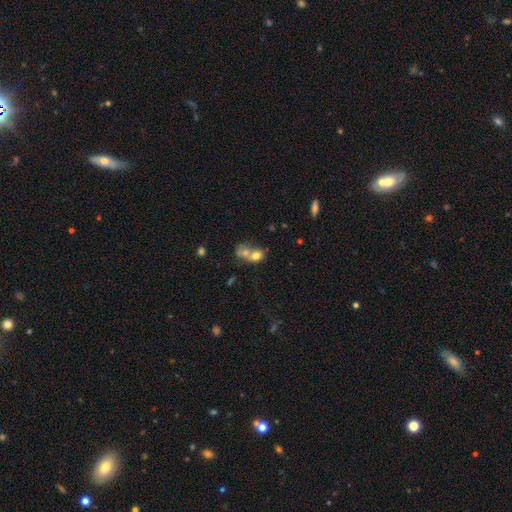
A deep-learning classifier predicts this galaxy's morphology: Smooth or featured?
  - smooth: 69% *
  - featured or disk: 20%
  - star or artifact: 11%
How rounded?
  - round: 55% *
  - in between: 44%
  - cigar-shaped: 1%
Merging?
  - merger: 72% *
  - none: 17%
  - minor disturbance: 6%
  - major disturbance: 4%